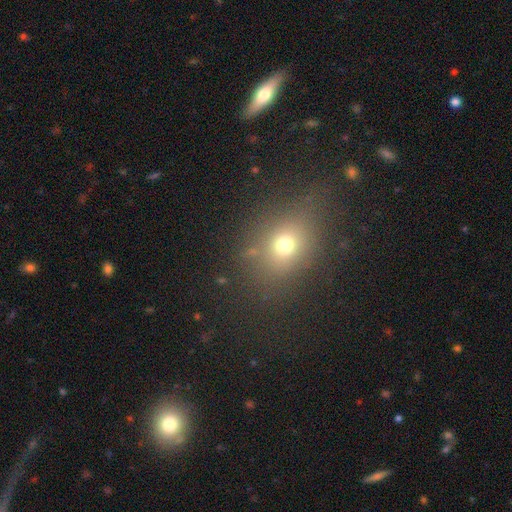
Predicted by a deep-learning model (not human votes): smooth_or_featured: smooth (p=0.58) [alt: star or artifact p=0.27]
how_rounded: in between (p=0.49) [alt: round p=0.48]
merging: none (p=0.79) [alt: minor disturbance p=0.12]